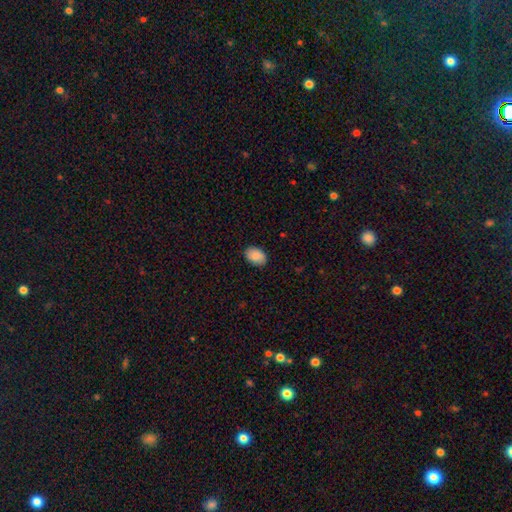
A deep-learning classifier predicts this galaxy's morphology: type=smooth (87%); roundness=in between (85%); merging=none (85%).